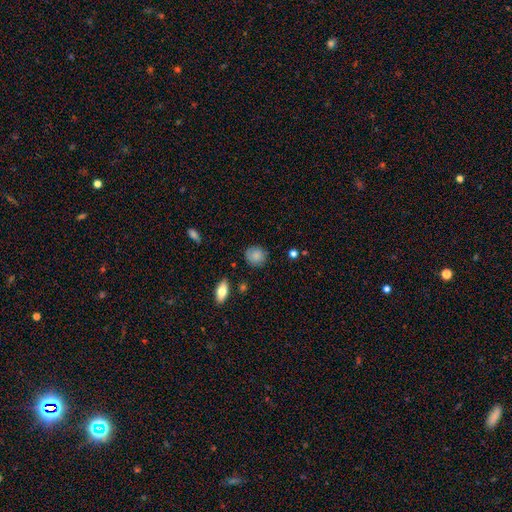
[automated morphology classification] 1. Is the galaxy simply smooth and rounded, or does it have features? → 81% smooth, 12% featured or disk, 8% star or artifact.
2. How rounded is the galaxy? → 83% round, 16% in between, 1% cigar-shaped.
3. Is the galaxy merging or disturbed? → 81% none, 15% minor disturbance, 3% major disturbance, 1% merger.